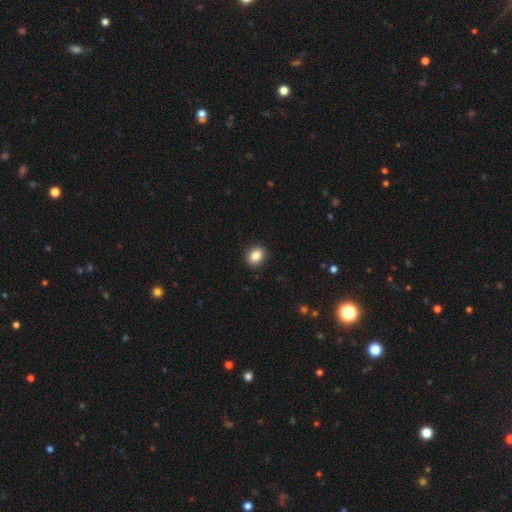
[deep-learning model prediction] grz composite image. It shows a smooth galaxy with no disk features (87%) that is in between round and cigar-shaped (55%). Merging: none (92%).